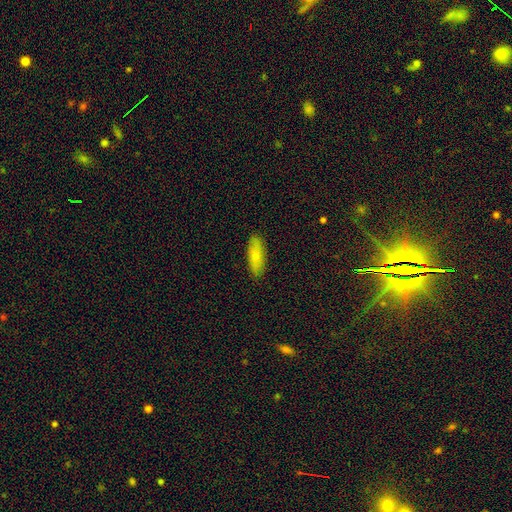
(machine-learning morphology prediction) smooth-or-featured: smooth: 76% | featured or disk: 17% | star or artifact: 6%
  how-rounded: in between: 68% | cigar-shaped: 30% | round: 2%
  merging: none: 87% | minor disturbance: 10% | major disturbance: 2% | merger: 1%